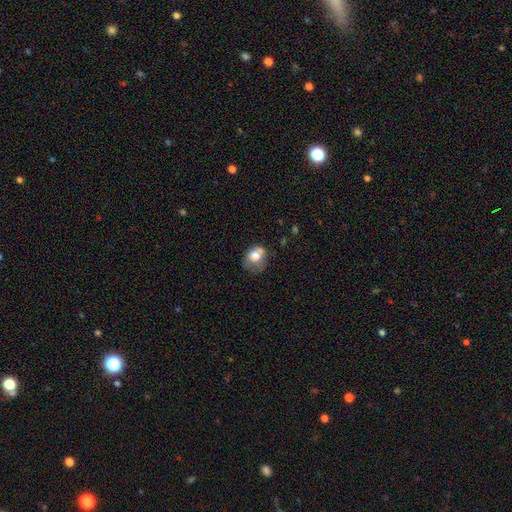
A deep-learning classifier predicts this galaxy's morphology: smooth-or-featured: smooth: 71% | featured or disk: 19% | star or artifact: 10%
  how-rounded: round: 56% | in between: 43% | cigar-shaped: 1%
  merging: none: 36% | minor disturbance: 30% | major disturbance: 19% | merger: 16%